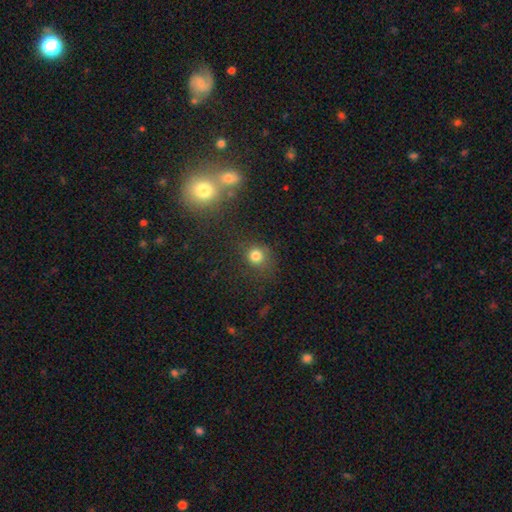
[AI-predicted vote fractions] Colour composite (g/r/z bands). It shows a smooth galaxy with no disk features (78%) that is round (85%). Merging: none (74%).